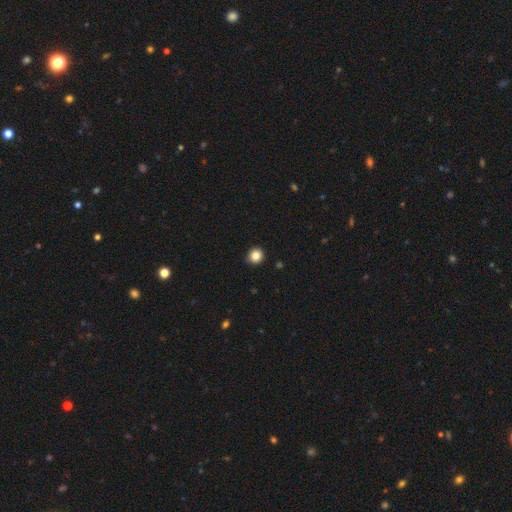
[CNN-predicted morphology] Smooth or featured? smooth (85%)
How rounded? round (90%)
Merging? none (90%)